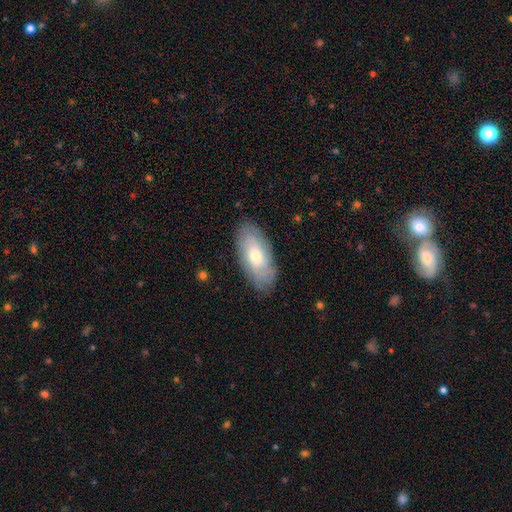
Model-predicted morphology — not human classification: A smooth galaxy with no disk features (48%). Merging: none (83%).